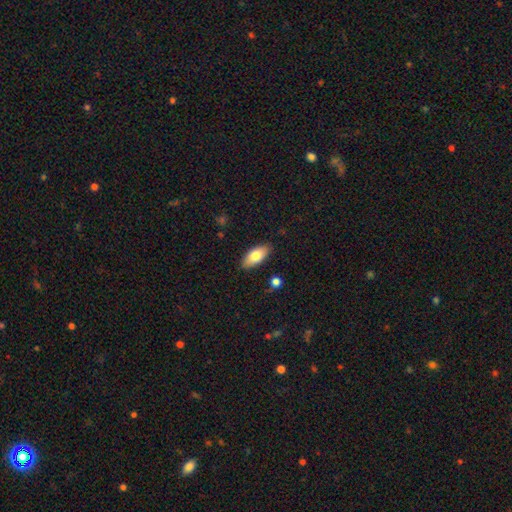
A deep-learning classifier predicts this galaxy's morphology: smooth_or_featured: smooth (p=0.77) [alt: featured or disk p=0.16]
how_rounded: in between (p=0.88) [alt: cigar-shaped p=0.10]
merging: none (p=0.86) [alt: minor disturbance p=0.10]